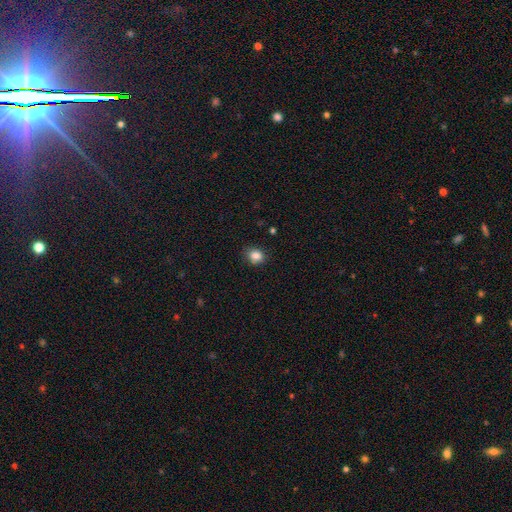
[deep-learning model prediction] Q: Smooth or featured?
A: smooth (85%); runner-up: star or artifact (11%)
Q: How rounded?
A: round (67%); runner-up: in between (32%)
Q: Merging?
A: none (82%); runner-up: minor disturbance (14%)